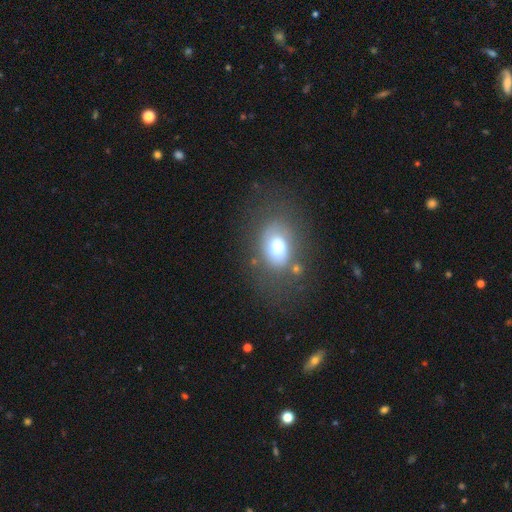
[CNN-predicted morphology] This is likely a smooth galaxy (62%). How rounded: likely in between (78%). Merging: likely none (73%).